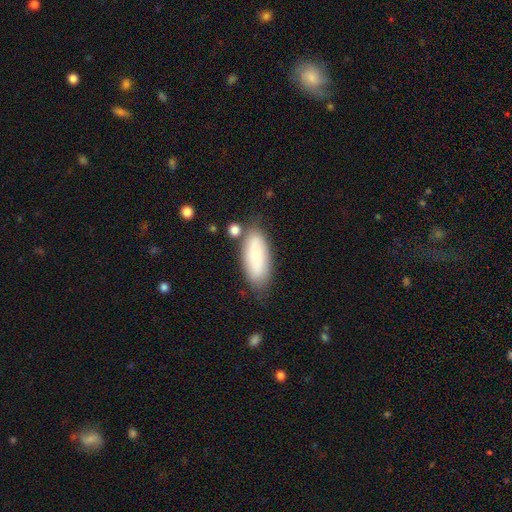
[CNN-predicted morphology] smooth-or-featured: smooth: 71% | featured or disk: 22% | star or artifact: 7%
  how-rounded: in between: 81% | cigar-shaped: 17% | round: 2%
  merging: none: 72% | minor disturbance: 17% | merger: 6% | major disturbance: 4%